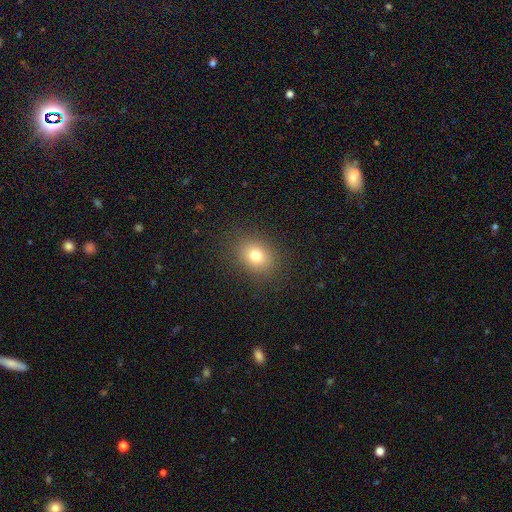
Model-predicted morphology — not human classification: Smooth or featured? smooth (77%)
How rounded? round (51%)
Merging? none (87%)